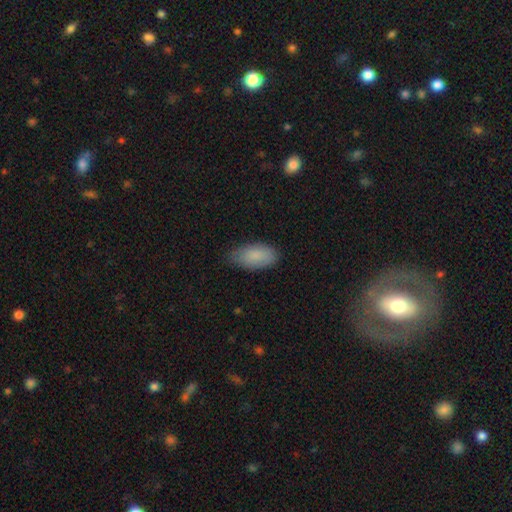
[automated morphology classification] The model was most divided on "merging": none: 74%, minor disturbance: 21%, major disturbance: 4%, merger: 1%. More confident: how rounded — in between (93%); smooth or featured — smooth (86%).